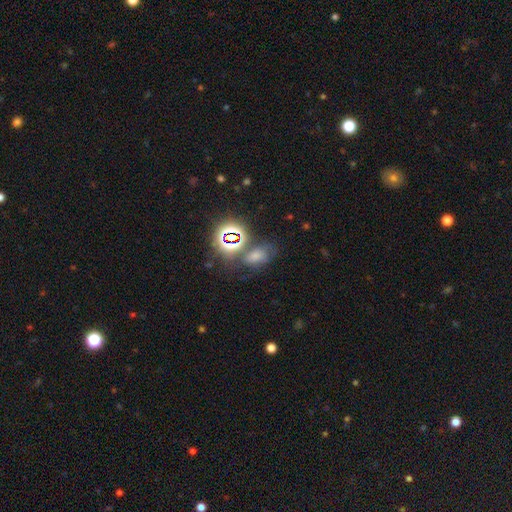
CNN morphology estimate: A smooth galaxy with no disk features (51%) that is in between round and cigar-shaped (76%).

Vote fractions:
- Smooth or featured? smooth: 51% / star or artifact: 36% / featured or disk: 13%
- How rounded? in between: 76% / round: 21% / cigar-shaped: 3%
- Merging? none: 50% / merger: 20% / minor disturbance: 19% / major disturbance: 11%